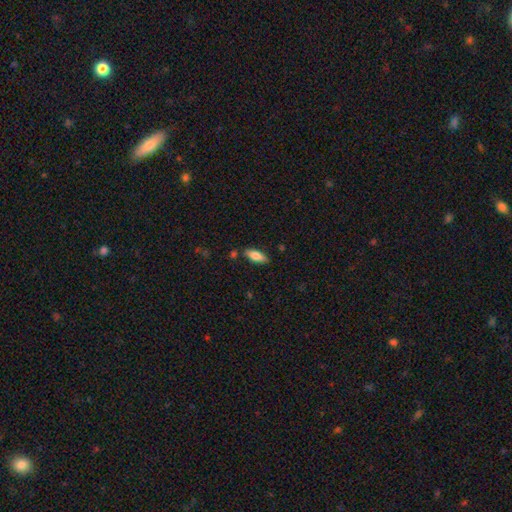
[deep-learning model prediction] Smooth or featured?
  - smooth: 77% *
  - featured or disk: 16%
  - star or artifact: 6%
How rounded?
  - in between: 72% *
  - cigar-shaped: 26%
  - round: 2%
Merging?
  - none: 82% *
  - minor disturbance: 12%
  - merger: 4%
  - major disturbance: 2%